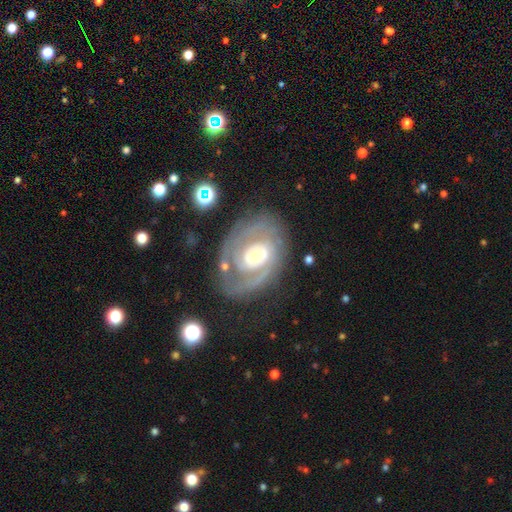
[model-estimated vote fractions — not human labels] smooth_or_featured: featured or disk (p=0.83) [alt: smooth p=0.11]
disk_edge_on: no (p=0.97) [alt: yes p=0.03]
bar: no (p=0.67) [alt: weak p=0.25]
has_spiral_arms: yes (p=0.88) [alt: no p=0.12]
spiral_winding: tight (p=0.62) [alt: medium p=0.29]
spiral_arm_count: 2 (p=0.42) [alt: can't tell p=0.28]
bulge_size: moderate (p=0.44) [alt: small p=0.42]
merging: none (p=0.67) [alt: minor disturbance p=0.18]